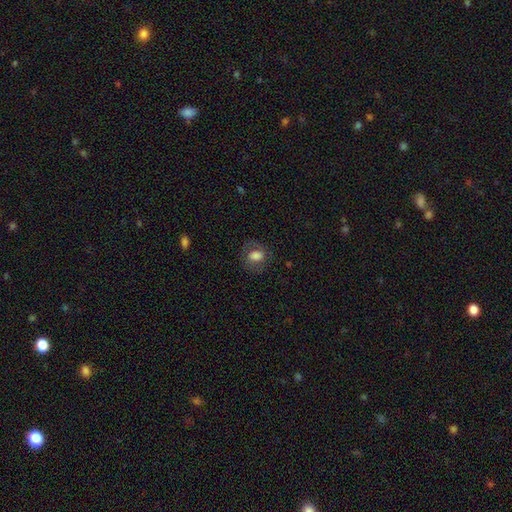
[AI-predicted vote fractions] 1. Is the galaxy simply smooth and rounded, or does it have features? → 70% smooth, 20% featured or disk, 10% star or artifact.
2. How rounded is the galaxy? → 55% in between, 44% round, 1% cigar-shaped.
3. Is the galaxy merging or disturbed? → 72% none, 16% minor disturbance, 10% major disturbance, 1% merger.